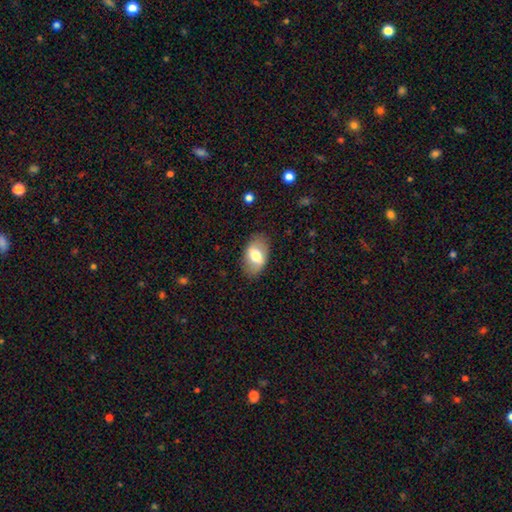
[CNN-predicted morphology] A smooth galaxy with no disk features (61%) that is in between round and cigar-shaped (90%).

Vote fractions:
- Smooth or featured? smooth: 61% / featured or disk: 32% / star or artifact: 7%
- How rounded? in between: 90% / round: 8% / cigar-shaped: 2%
- Merging? none: 83% / minor disturbance: 12% / major disturbance: 4% / merger: 1%